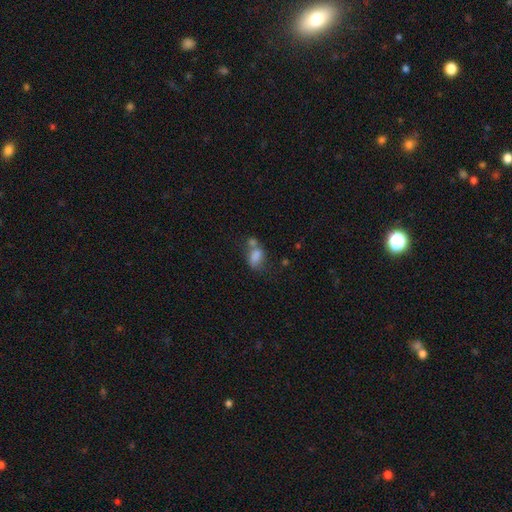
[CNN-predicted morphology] Smooth or featured: smooth — 76% (featured or disk — 13%)
How rounded: in between — 83% (round — 14%)
Merging: merger — 46% (none — 27%)